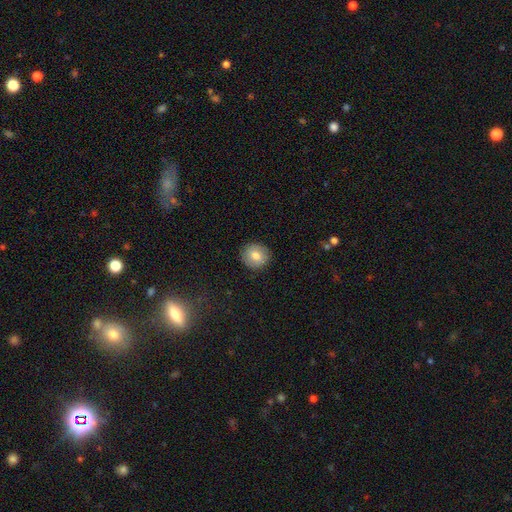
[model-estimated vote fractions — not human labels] Smooth or featured? Predicted: smooth (p=0.76). How rounded? Predicted: round (p=0.90). Merging? Predicted: none (p=0.90).